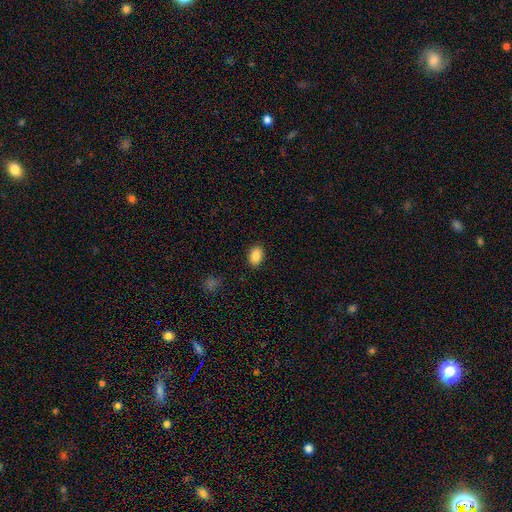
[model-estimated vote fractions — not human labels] smooth-or-featured: smooth: 86% | star or artifact: 8% | featured or disk: 6%
  how-rounded: in between: 84% | round: 15% | cigar-shaped: 1%
  merging: none: 89% | minor disturbance: 8% | major disturbance: 2% | merger: 1%